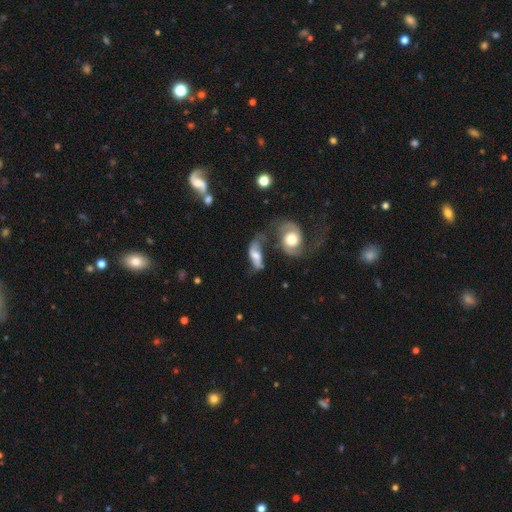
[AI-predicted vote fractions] Smooth or featured: featured or disk — 60% (smooth — 32%)
Edge-on disk: no — 88% (yes — 12%)
Bar: no — 56% (weak — 34%)
Spiral arms: yes — 79% (no — 21%)
Bulge size: moderate — 53% (small — 20%)
Merging: merger — 30% (none — 29%)